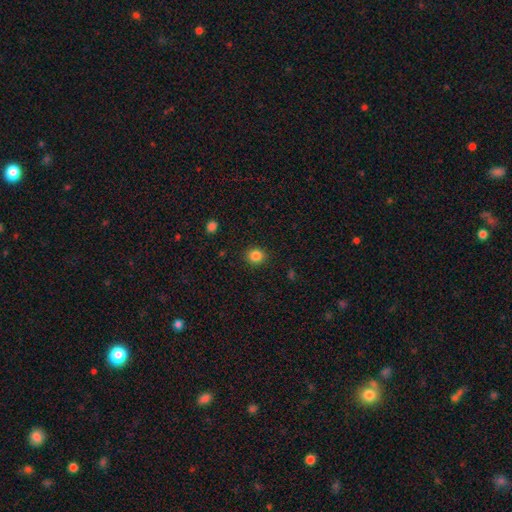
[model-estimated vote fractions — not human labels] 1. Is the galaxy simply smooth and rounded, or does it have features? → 85% smooth, 11% star or artifact, 4% featured or disk.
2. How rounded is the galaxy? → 82% round, 17% in between, 1% cigar-shaped.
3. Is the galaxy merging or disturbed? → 90% none, 7% minor disturbance, 2% major disturbance, 1% merger.